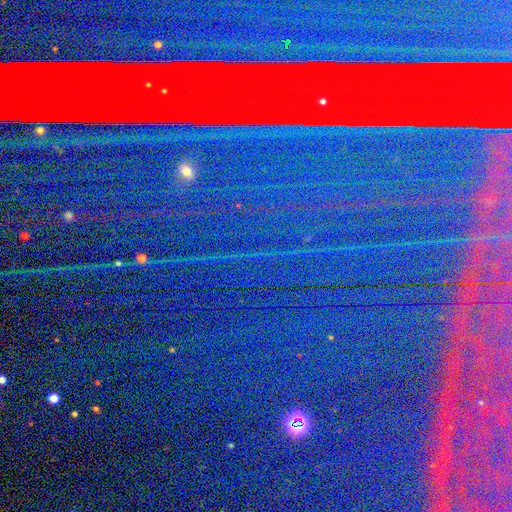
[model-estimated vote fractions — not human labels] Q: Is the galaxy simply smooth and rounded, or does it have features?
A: star or artifact — 85%.